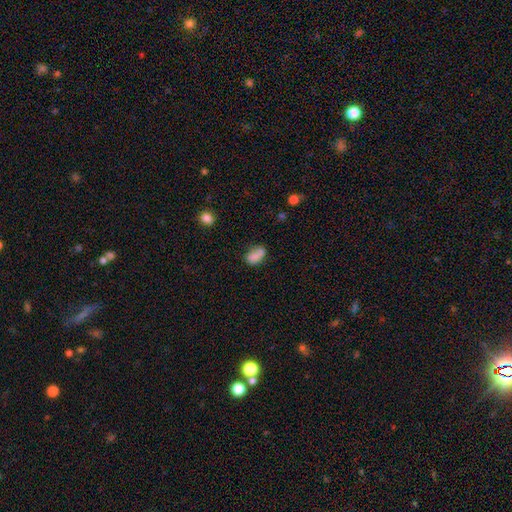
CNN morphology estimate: smooth_or_featured: smooth (p=0.78) [alt: featured or disk p=0.11]
how_rounded: in between (p=0.85) [alt: round p=0.11]
merging: none (p=0.47) [alt: minor disturbance p=0.25]